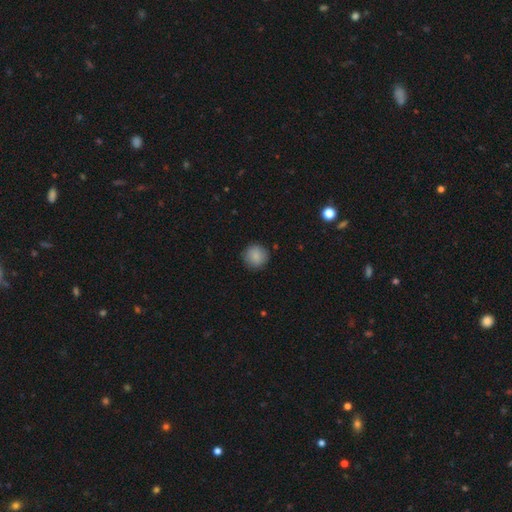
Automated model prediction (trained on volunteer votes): Q: Smooth or featured?
A: smooth (87%); runner-up: star or artifact (8%)
Q: How rounded?
A: round (94%); runner-up: in between (5%)
Q: Merging?
A: none (89%); runner-up: minor disturbance (8%)